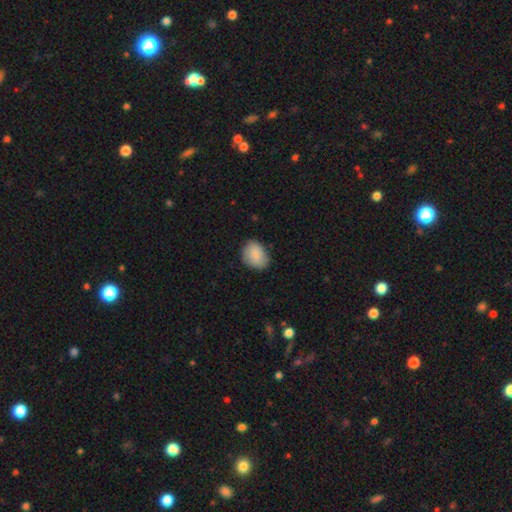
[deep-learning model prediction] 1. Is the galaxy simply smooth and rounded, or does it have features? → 85% smooth, 8% featured or disk, 7% star or artifact.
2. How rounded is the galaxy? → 64% in between, 35% round, 1% cigar-shaped.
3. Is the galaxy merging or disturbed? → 79% none, 17% minor disturbance, 3% major disturbance, 1% merger.